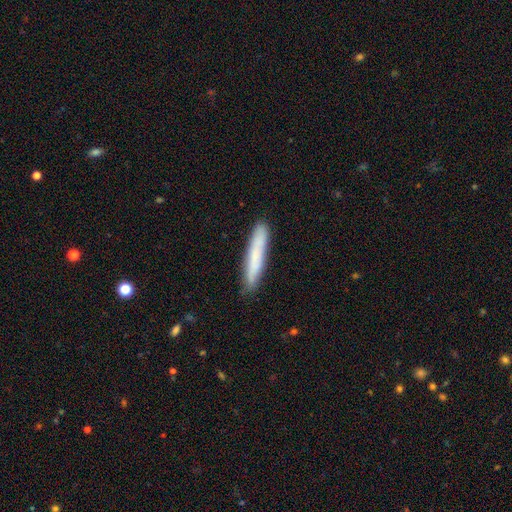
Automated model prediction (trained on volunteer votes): smooth 73%, featured or disk 21%, star or artifact 6%. Down the decision tree: how rounded — cigar-shaped (93%); merging — none (87%).